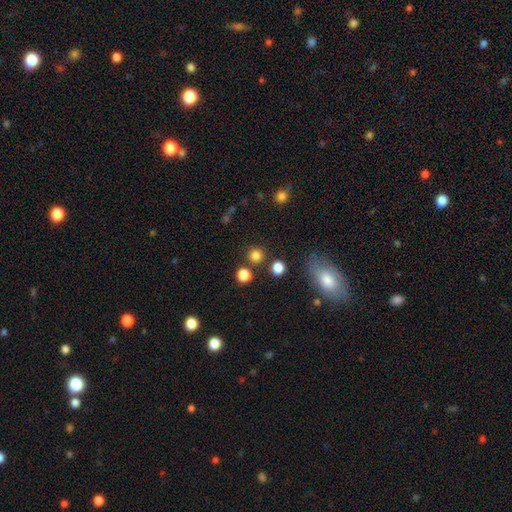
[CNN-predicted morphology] Smooth or featured?
  - smooth: 80% *
  - star or artifact: 15%
  - featured or disk: 5%
How rounded?
  - round: 92% *
  - in between: 7%
  - cigar-shaped: 1%
Merging?
  - none: 82% *
  - merger: 8%
  - minor disturbance: 7%
  - major disturbance: 3%